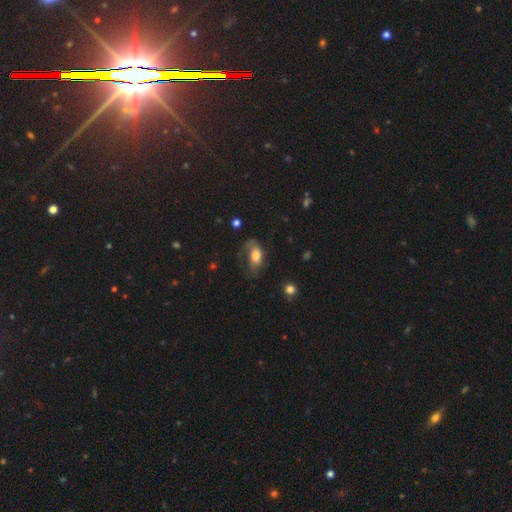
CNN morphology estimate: smooth-or-featured: smooth: 60% | featured or disk: 31% | star or artifact: 9%
  how-rounded: in between: 87% | round: 9% | cigar-shaped: 5%
  merging: none: 39% | major disturbance: 32% | minor disturbance: 27% | merger: 2%